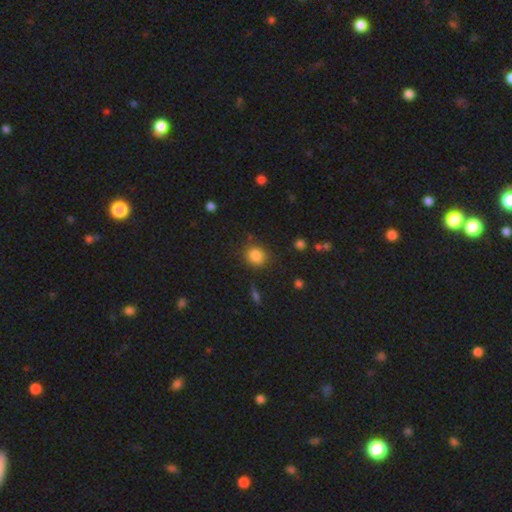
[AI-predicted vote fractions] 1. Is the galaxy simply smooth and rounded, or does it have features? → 83% smooth, 11% star or artifact, 5% featured or disk.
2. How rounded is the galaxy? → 83% round, 16% in between, 1% cigar-shaped.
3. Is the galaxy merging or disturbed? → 84% none, 10% minor disturbance, 3% major disturbance, 3% merger.